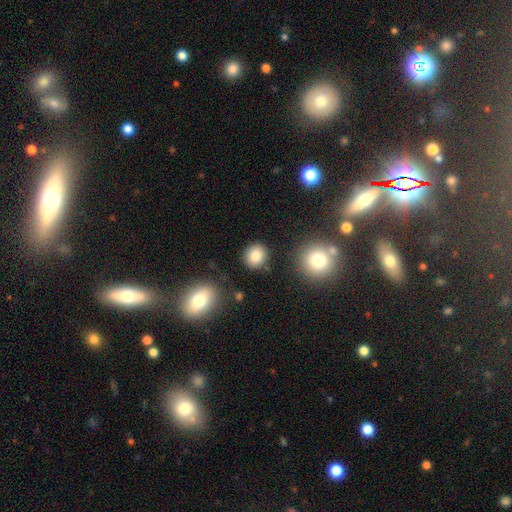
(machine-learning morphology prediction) smooth_or_featured: smooth (p=0.84) [alt: star or artifact p=0.10]
how_rounded: round (p=0.85) [alt: in between p=0.14]
merging: none (p=0.86) [alt: minor disturbance p=0.08]